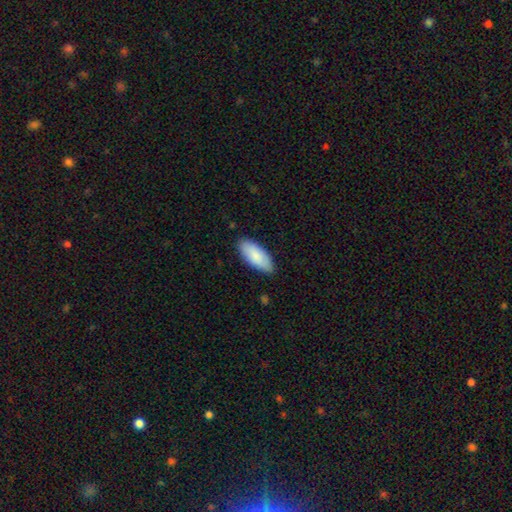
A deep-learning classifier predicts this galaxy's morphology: A smooth galaxy with no disk features (86%) that is in between round and cigar-shaped (86%).

Vote fractions:
- Smooth or featured? smooth: 86% / featured or disk: 9% / star or artifact: 5%
- How rounded? in between: 86% / cigar-shaped: 12% / round: 2%
- Merging? none: 86% / minor disturbance: 11% / major disturbance: 2% / merger: 1%